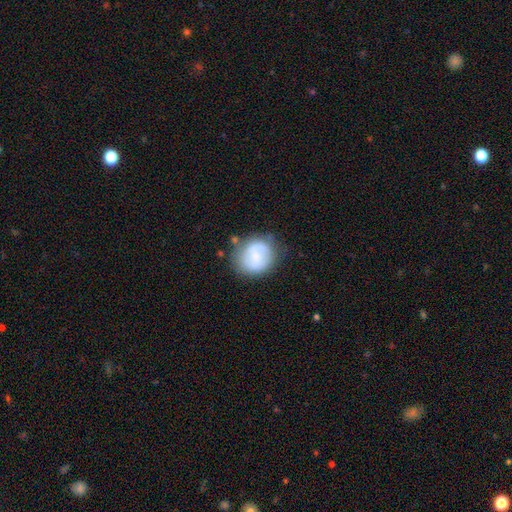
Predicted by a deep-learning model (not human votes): A smooth galaxy with no disk features (55%) that is round (75%). Merging: none (65%).